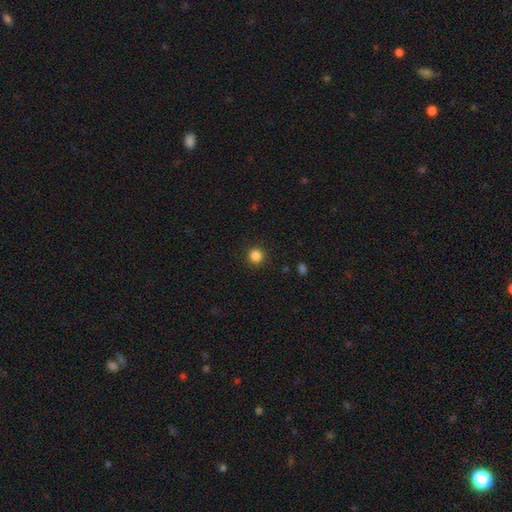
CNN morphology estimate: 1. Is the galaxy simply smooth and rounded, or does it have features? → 85% smooth, 12% star or artifact, 3% featured or disk.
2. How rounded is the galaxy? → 94% round, 5% in between, 1% cigar-shaped.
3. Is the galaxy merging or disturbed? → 91% none, 6% minor disturbance, 2% major disturbance, 1% merger.